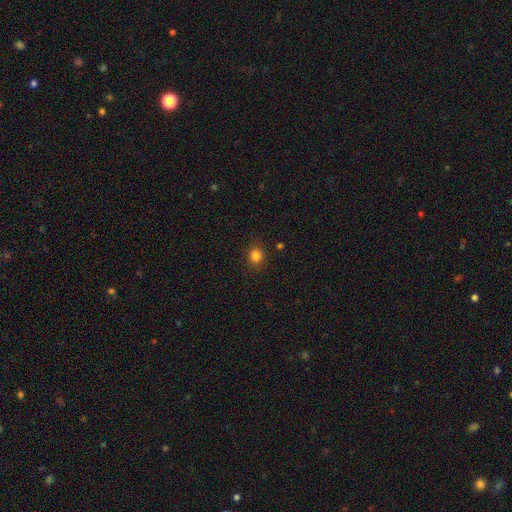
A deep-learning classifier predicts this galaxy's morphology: Smooth or featured? smooth (83%)
How rounded? round (79%)
Merging? none (87%)